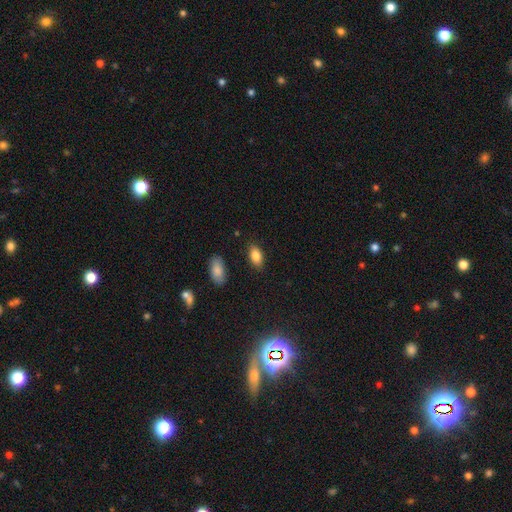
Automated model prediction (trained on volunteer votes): Overall: smooth (86%). How rounded: in between (91%). Merging: none (86%).